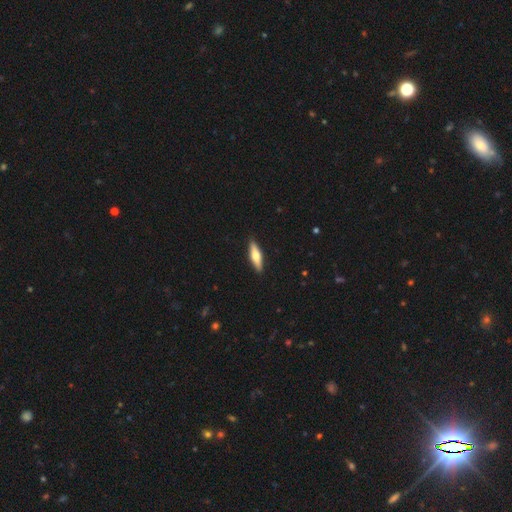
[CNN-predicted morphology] Smooth or featured? Predicted: smooth (p=0.52). How rounded? Predicted: cigar-shaped (p=0.67). Merging? Predicted: none (p=0.91).